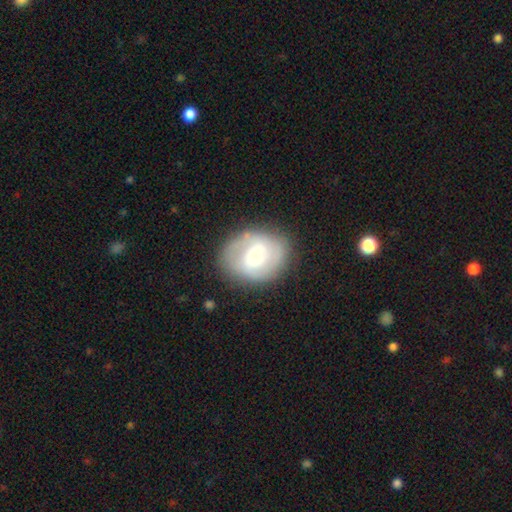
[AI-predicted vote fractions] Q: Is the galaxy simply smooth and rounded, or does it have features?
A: featured or disk — 54%.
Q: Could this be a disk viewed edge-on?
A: no — 96%.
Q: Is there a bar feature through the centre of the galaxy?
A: weak — 43%.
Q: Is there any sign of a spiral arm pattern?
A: yes — 64%.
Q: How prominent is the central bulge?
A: moderate — 57%.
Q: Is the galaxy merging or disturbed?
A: none — 79%.